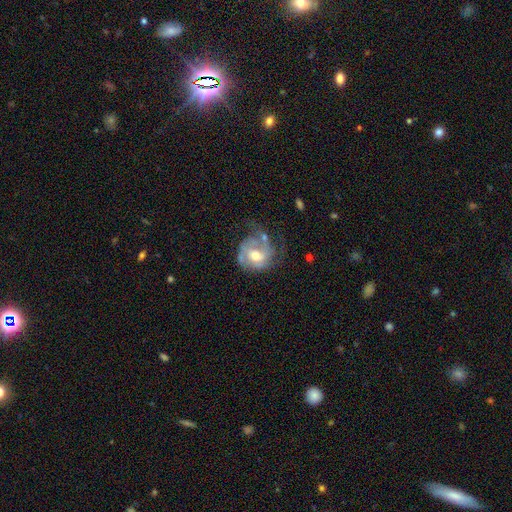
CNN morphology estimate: smooth-or-featured: featured or disk: 71% | smooth: 22% | star or artifact: 7%
  disk-edge-on: no: 97% | yes: 3%
    bar: no: 62% | weak: 31% | strong: 7%
    has-spiral-arms: yes: 79% | no: 21%
      spiral-winding: tight: 42% | medium: 38% | loose: 20%
      spiral-arm-count: 2: 33% | can't tell: 31% | 1: 15% | 3: 15% | 4: 3% | more than 4: 3%
    bulge-size: moderate: 70% | small: 19% | large: 9% | none: 1% | dominant: 1%
  merging: none: 38% | major disturbance: 31% | minor disturbance: 25% | merger: 6%